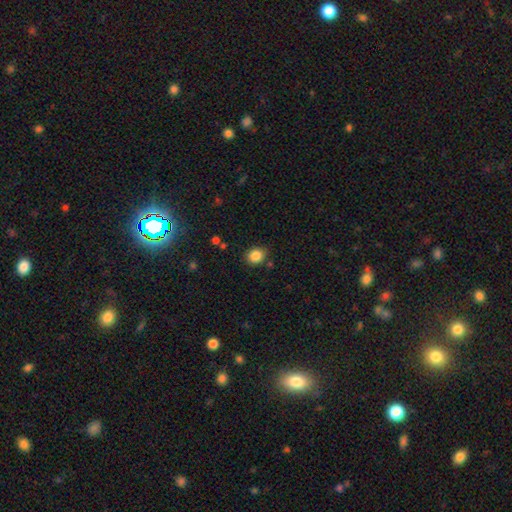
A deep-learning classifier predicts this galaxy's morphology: This appears to be a smooth galaxy with no disk features (86%) that is round (64%). Merging: none (82%).